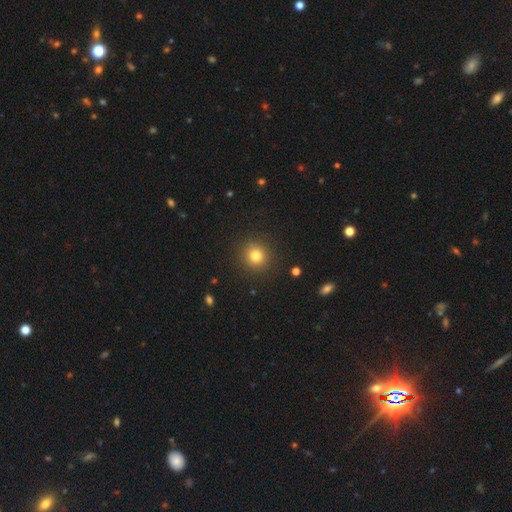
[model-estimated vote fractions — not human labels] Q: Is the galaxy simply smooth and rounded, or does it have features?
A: smooth — 79%.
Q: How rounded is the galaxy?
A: round — 92%.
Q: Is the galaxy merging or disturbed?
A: none — 90%.